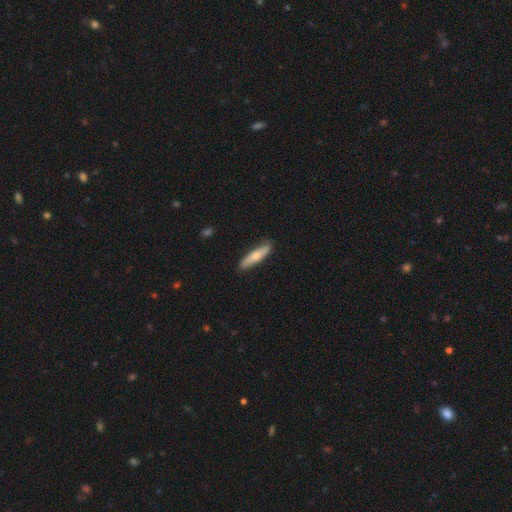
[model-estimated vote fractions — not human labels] Q: Smooth or featured?
A: smooth (58%); runner-up: featured or disk (37%)
Q: How rounded?
A: cigar-shaped (79%); runner-up: in between (19%)
Q: Merging?
A: none (85%); runner-up: minor disturbance (12%)